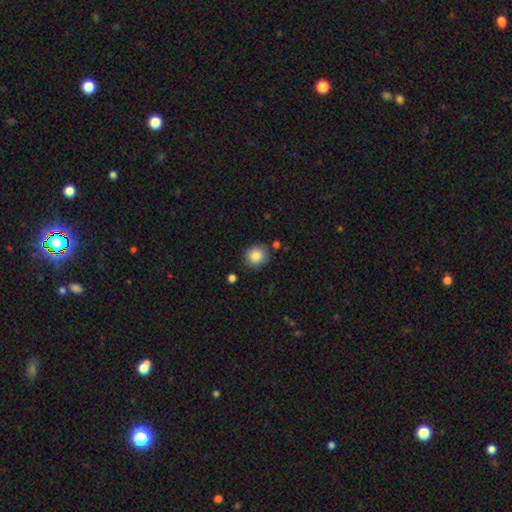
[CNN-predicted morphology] Smooth or featured? smooth (87%)
How rounded? round (89%)
Merging? none (84%)